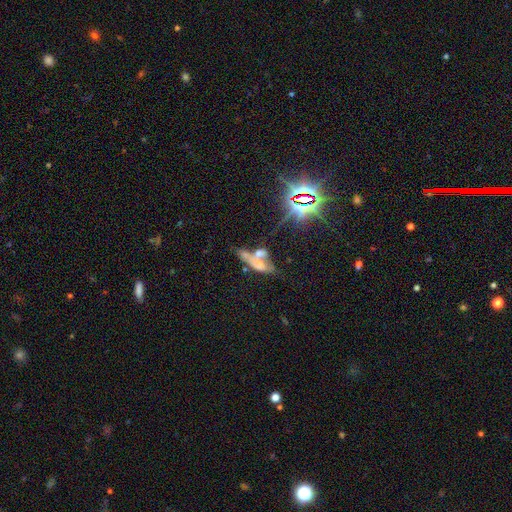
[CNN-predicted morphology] A smooth galaxy with no disk features (43%). Merging: merger (60%).